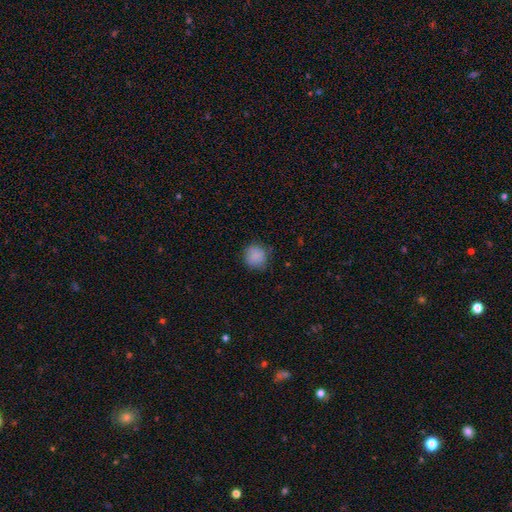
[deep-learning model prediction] A smooth galaxy with no disk features (86%) that is round (89%). Merging: none (80%).